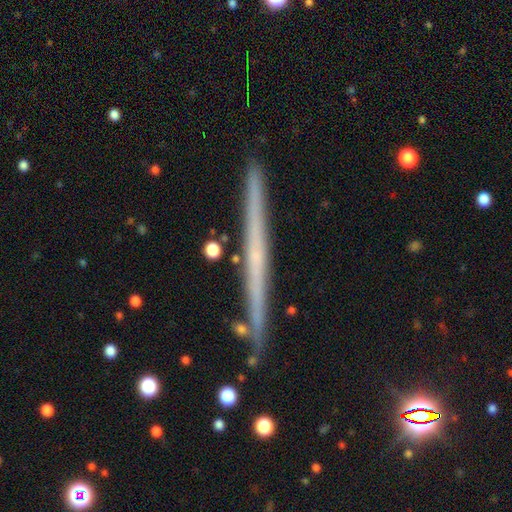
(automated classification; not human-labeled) A featured or disk galaxy (63%) viewed edge-on (97%) with no central bulge (87%). Merging: none (88%).